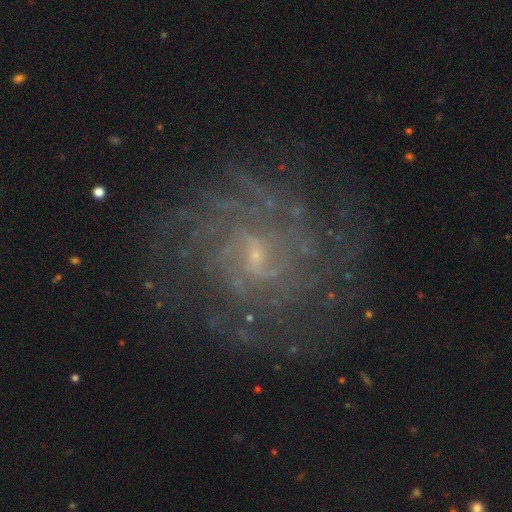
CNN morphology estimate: type=featured or disk (85%); edge-on=no (97%); bar=weak (52%); spiral arms=yes (95%); winding=tight (57%); arm count=can't tell (33%); bulge=small (81%); merging=none (75%).